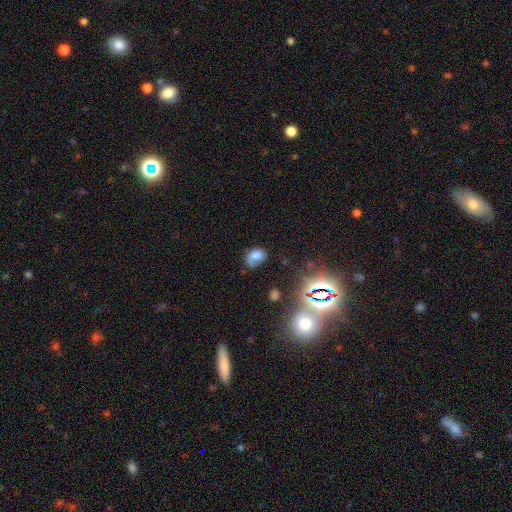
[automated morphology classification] This is likely a smooth galaxy (64%). How rounded: likely in between (75%). Merging: marginally none (44%).